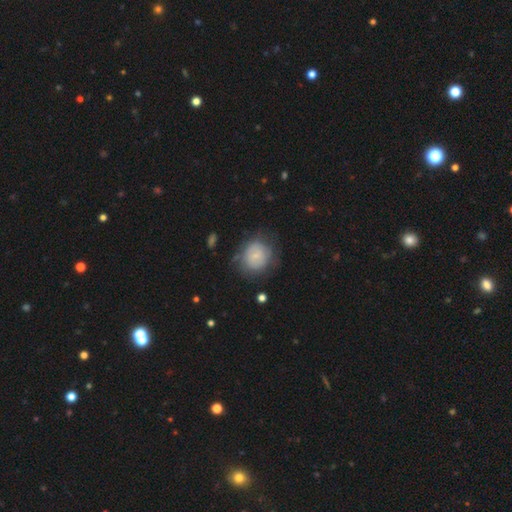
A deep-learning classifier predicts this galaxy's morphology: Q: Smooth or featured?
A: smooth (63%); runner-up: featured or disk (28%)
Q: How rounded?
A: round (79%); runner-up: in between (20%)
Q: Merging?
A: none (63%); runner-up: minor disturbance (21%)